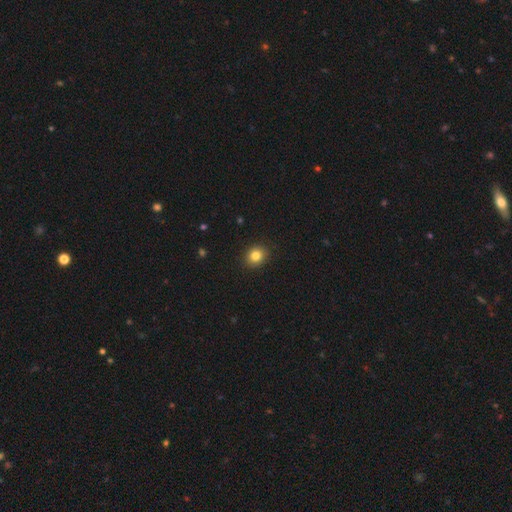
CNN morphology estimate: smooth-or-featured: smooth: 82% | star or artifact: 11% | featured or disk: 7%
  how-rounded: round: 69% | in between: 30% | cigar-shaped: 1%
  merging: none: 91% | minor disturbance: 7% | major disturbance: 2% | merger: 1%